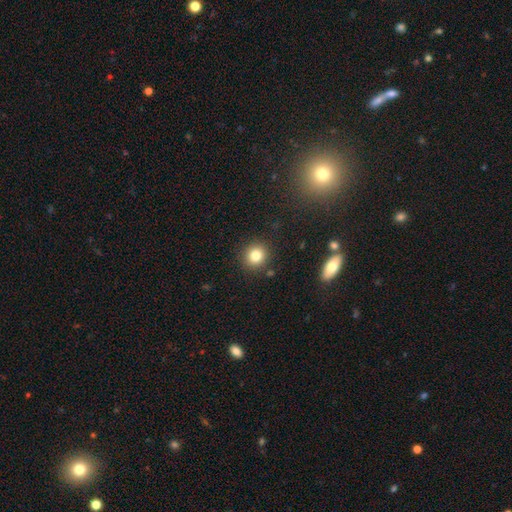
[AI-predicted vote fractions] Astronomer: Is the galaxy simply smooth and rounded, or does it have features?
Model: smooth — 82%.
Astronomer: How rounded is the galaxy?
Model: round — 87%.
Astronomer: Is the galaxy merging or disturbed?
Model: none — 88%.